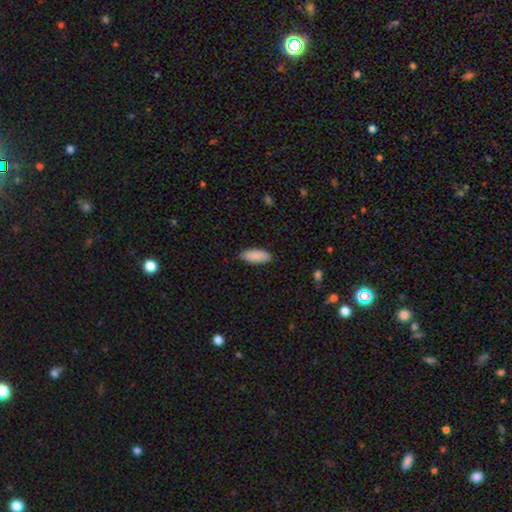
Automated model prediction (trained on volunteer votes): A smooth galaxy with no disk features (90%) that is in between round and cigar-shaped (81%).

Vote fractions:
- Smooth or featured? smooth: 90% / star or artifact: 6% / featured or disk: 4%
- How rounded? in between: 81% / cigar-shaped: 17% / round: 2%
- Merging? none: 87% / minor disturbance: 10% / major disturbance: 2% / merger: 1%